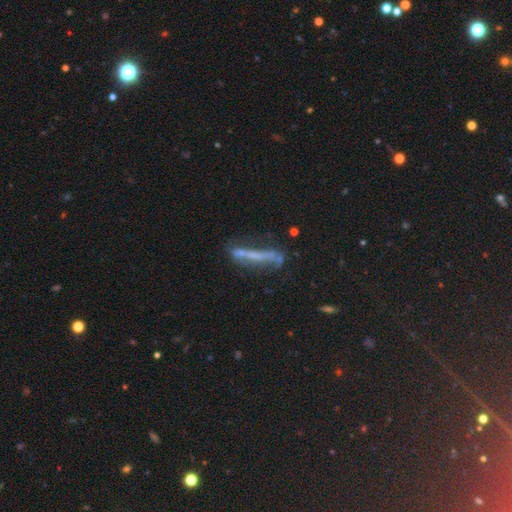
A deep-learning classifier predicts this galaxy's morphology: Smooth or featured?
  - featured or disk: 53% *
  - smooth: 33%
  - star or artifact: 14%
Edge-on disk?
  - yes: 63% *
  - no: 37%
Merging?
  - none: 51% *
  - minor disturbance: 24%
  - major disturbance: 16%
  - merger: 9%